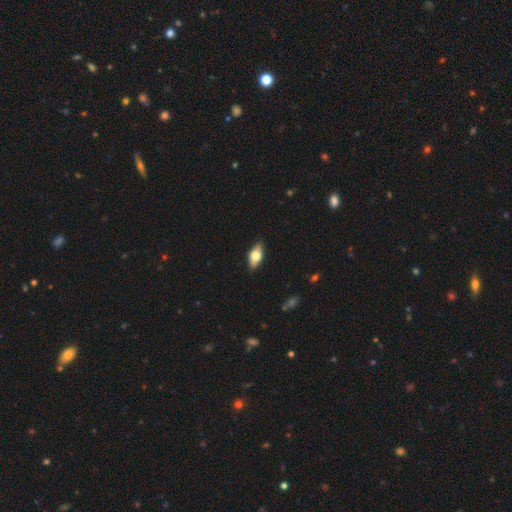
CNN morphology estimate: Q: Smooth or featured?
A: smooth (63%); runner-up: featured or disk (31%)
Q: How rounded?
A: in between (86%); runner-up: cigar-shaped (9%)
Q: Merging?
A: none (86%); runner-up: minor disturbance (11%)